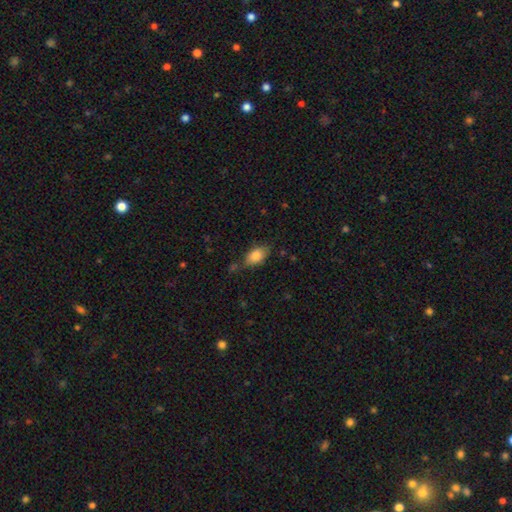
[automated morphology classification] smooth_or_featured: smooth (p=0.83) [alt: featured or disk p=0.09]
how_rounded: in between (p=0.90) [alt: round p=0.07]
merging: none (p=0.69) [alt: minor disturbance p=0.21]